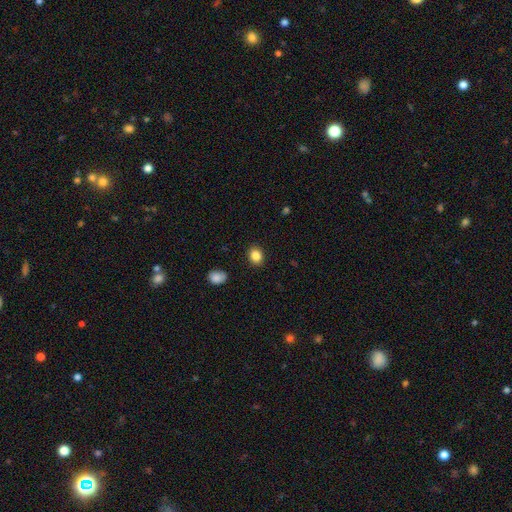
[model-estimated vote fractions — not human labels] Smooth or featured? smooth (85%)
How rounded? round (57%)
Merging? none (89%)